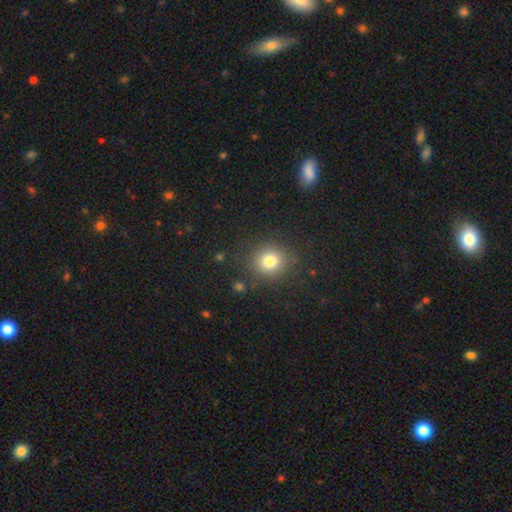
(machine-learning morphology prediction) smooth_or_featured: smooth (p=0.69) [alt: star or artifact p=0.25]
how_rounded: round (p=0.87) [alt: in between p=0.12]
merging: none (p=0.88) [alt: minor disturbance p=0.07]